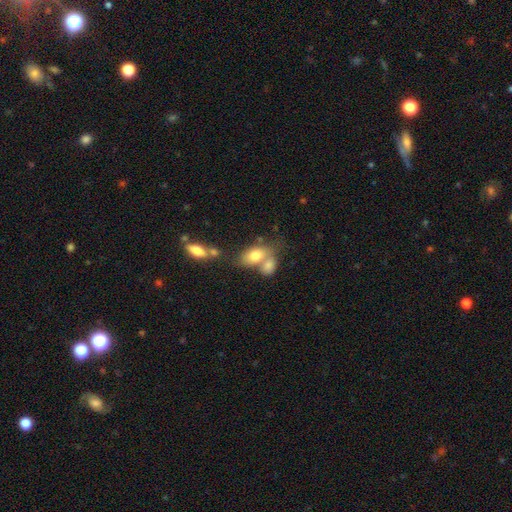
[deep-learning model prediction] smooth 75%, featured or disk 16%, star or artifact 9%. Down the decision tree: how rounded — in between (85%); merging — merger (49%).